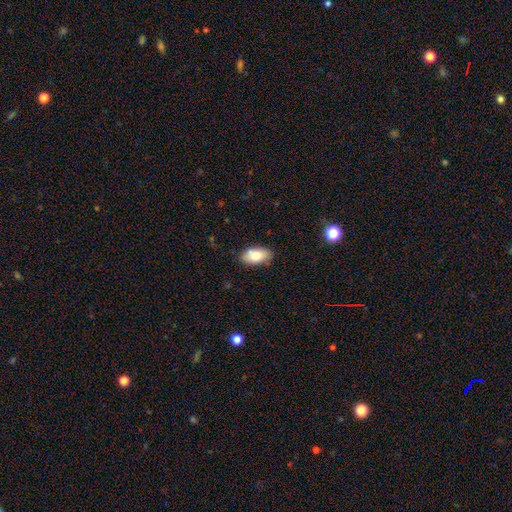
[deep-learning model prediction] A smooth galaxy with no disk features (76%) that is in between round and cigar-shaped (93%).

Vote fractions:
- Smooth or featured? smooth: 76% / featured or disk: 16% / star or artifact: 7%
- How rounded? in between: 93% / round: 4% / cigar-shaped: 3%
- Merging? none: 85% / minor disturbance: 12% / major disturbance: 2% / merger: 1%